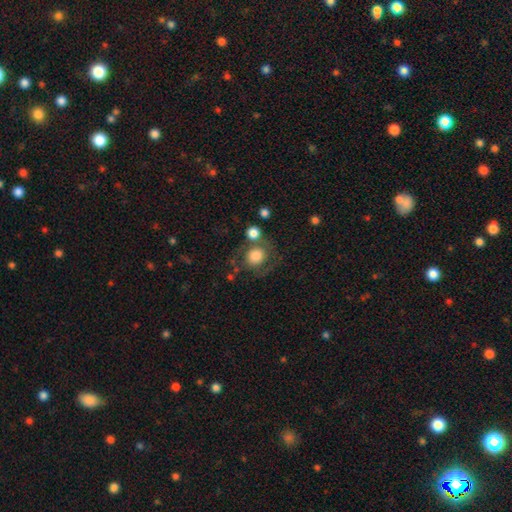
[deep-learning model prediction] smooth 72%, featured or disk 19%, star or artifact 9%. Down the decision tree: how rounded — round (81%); merging — none (55%).